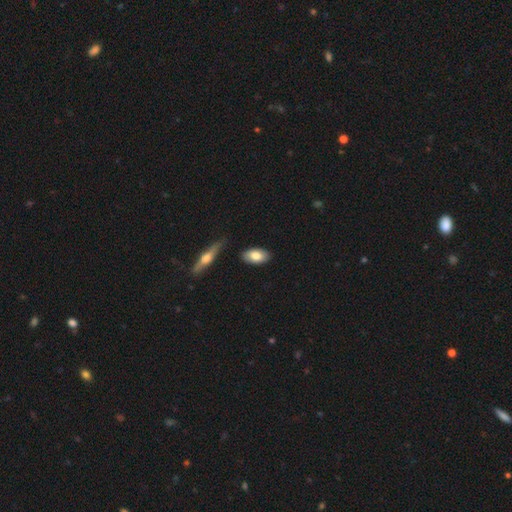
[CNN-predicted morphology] Smooth or featured? smooth (77%)
How rounded? in between (92%)
Merging? none (84%)